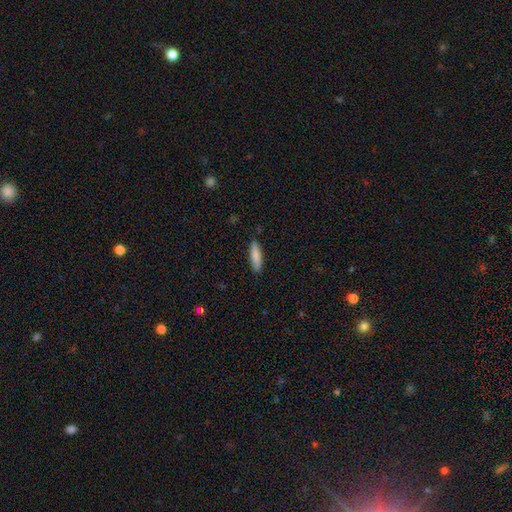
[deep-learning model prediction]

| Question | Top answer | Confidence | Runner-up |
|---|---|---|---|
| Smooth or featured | smooth | 85% | featured or disk (9%) |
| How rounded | cigar-shaped | 70% | in between (29%) |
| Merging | none | 88% | minor disturbance (9%) |